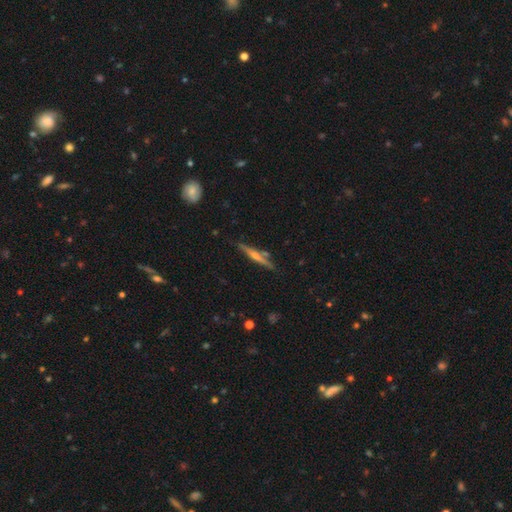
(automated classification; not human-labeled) Smooth or featured: featured or disk — 60% (smooth — 33%)
Edge-on disk: yes — 96% (no — 4%)
Edge-on bulge: rounded — 69% (none — 22%)
Merging: none — 78% (minor disturbance — 12%)